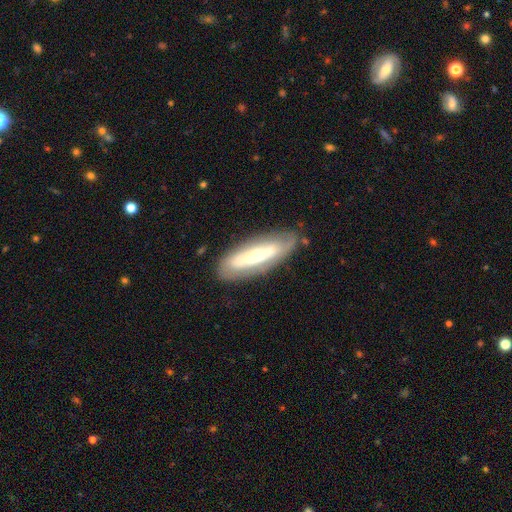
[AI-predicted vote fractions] Smooth or featured?
  - featured or disk: 61% *
  - smooth: 31%
  - star or artifact: 8%
Edge-on disk?
  - no: 62% *
  - yes: 38%
Merging?
  - none: 80% *
  - minor disturbance: 14%
  - major disturbance: 5%
  - merger: 1%